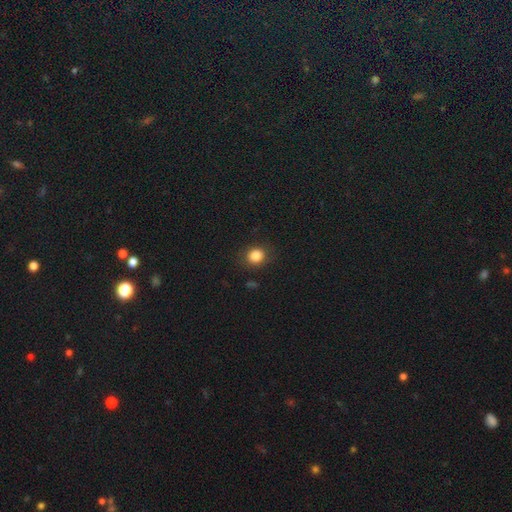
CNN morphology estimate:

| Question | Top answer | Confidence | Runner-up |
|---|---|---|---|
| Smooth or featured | smooth | 84% | star or artifact (11%) |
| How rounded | round | 76% | in between (23%) |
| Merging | none | 86% | minor disturbance (10%) |